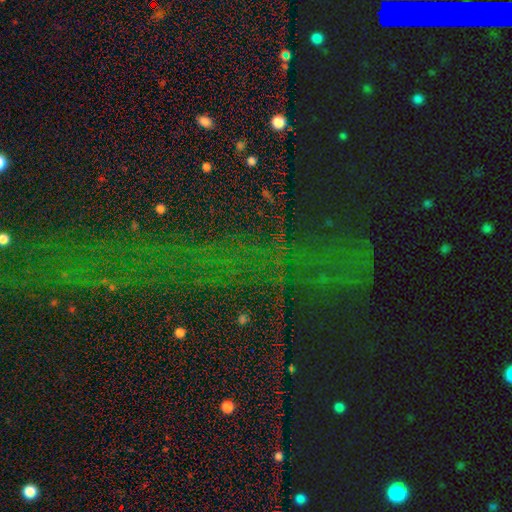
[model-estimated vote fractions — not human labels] Smooth or featured: star or artifact — 79% (smooth — 12%)